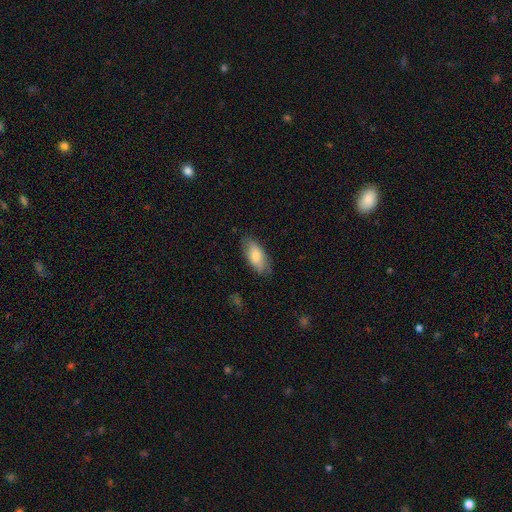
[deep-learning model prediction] Smooth or featured? smooth (78%)
How rounded? in between (86%)
Merging? none (79%)